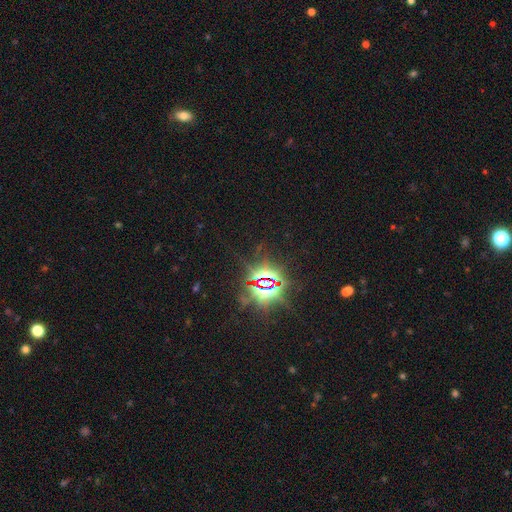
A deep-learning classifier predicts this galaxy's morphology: Smooth or featured?
  - star or artifact: 85% *
  - smooth: 9%
  - featured or disk: 6%